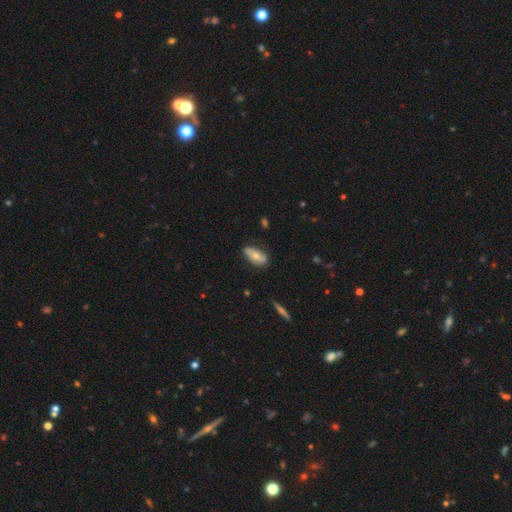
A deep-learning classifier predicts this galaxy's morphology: Overall: smooth (59%; featured or disk 34%). How rounded: in between (81%). Merging: none (72%).